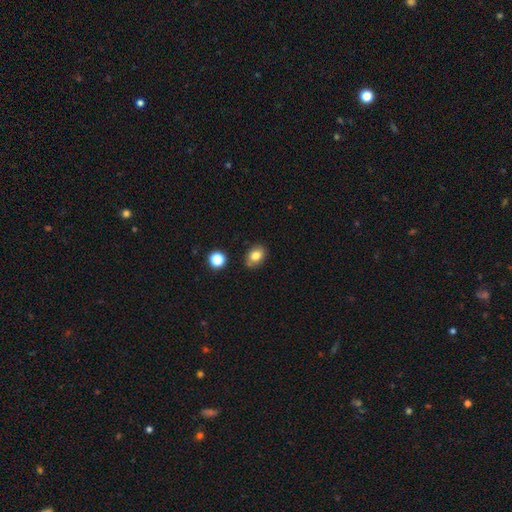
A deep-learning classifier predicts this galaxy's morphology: smooth_or_featured: smooth (p=0.80) [alt: star or artifact p=0.10]
how_rounded: in between (p=0.68) [alt: round p=0.31]
merging: none (p=0.77) [alt: minor disturbance p=0.14]